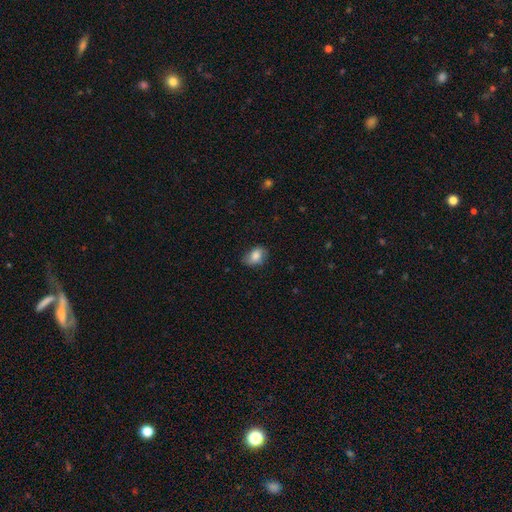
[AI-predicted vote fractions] Q: Smooth or featured?
A: smooth (79%); runner-up: featured or disk (13%)
Q: How rounded?
A: in between (78%); runner-up: round (20%)
Q: Merging?
A: none (72%); runner-up: minor disturbance (22%)